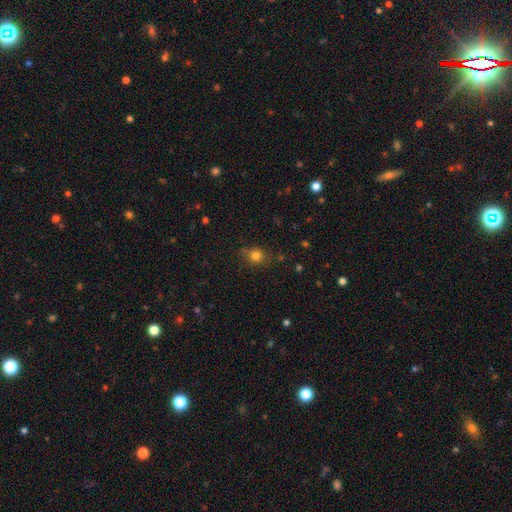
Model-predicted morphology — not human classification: This appears to be a smooth galaxy with no disk features (79%) that is round (83%). Merging: none (78%).